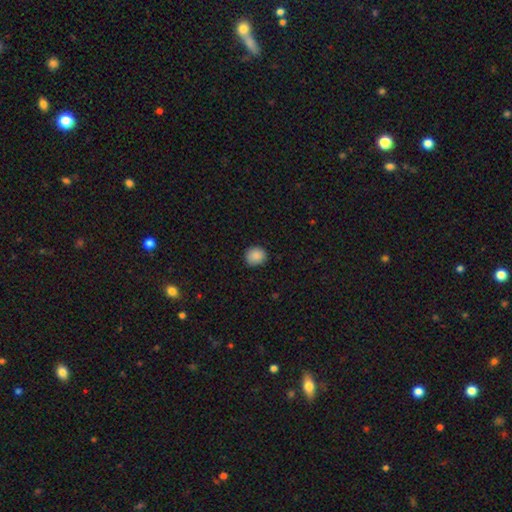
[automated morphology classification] This is clearly a smooth galaxy (88%). How rounded: clearly round (85%). Merging: clearly none (89%).